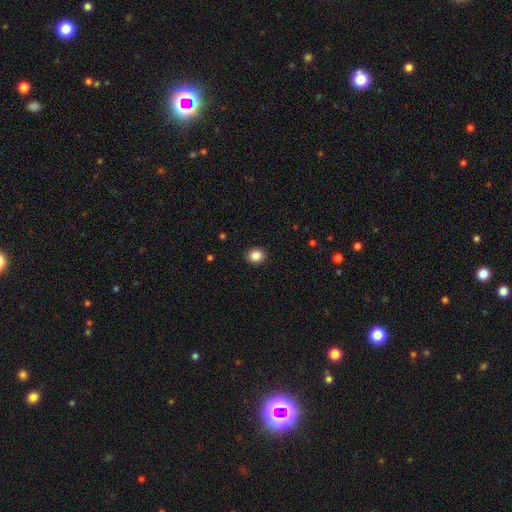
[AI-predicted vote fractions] This is clearly a smooth galaxy (86%). How rounded: likely round (74%). Merging: clearly none (92%).